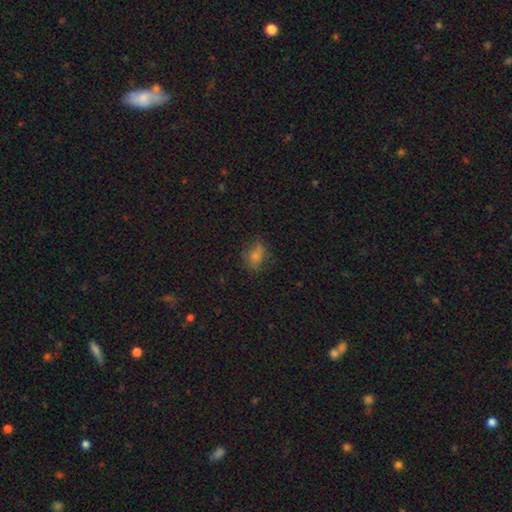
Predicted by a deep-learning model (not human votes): Smooth or featured? smooth (63%)
How rounded? in between (66%)
Merging? none (71%)